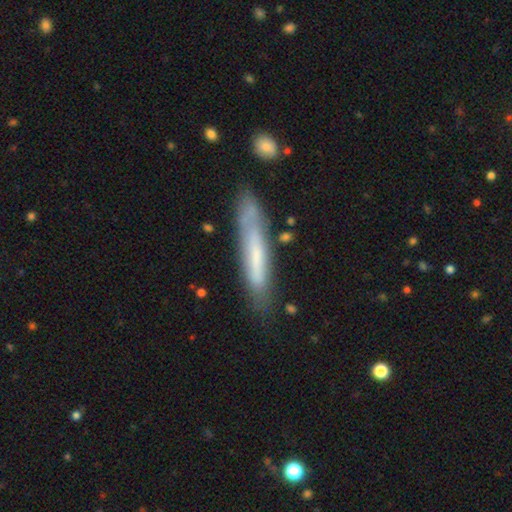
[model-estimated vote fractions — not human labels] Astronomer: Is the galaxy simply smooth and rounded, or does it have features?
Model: smooth — 52% (runner-up: featured or disk, 42%).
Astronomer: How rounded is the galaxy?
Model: cigar-shaped — 90%.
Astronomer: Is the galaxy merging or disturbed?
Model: none — 72%.